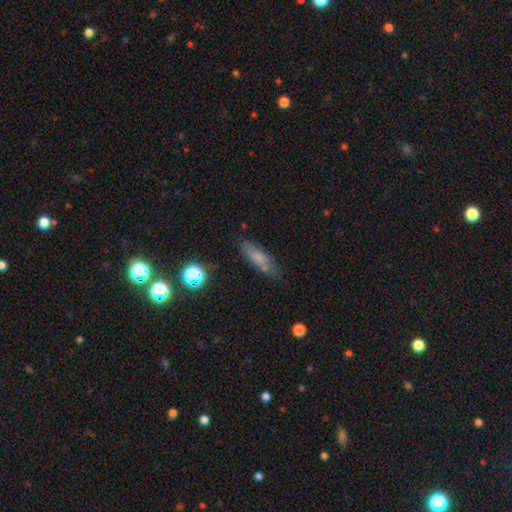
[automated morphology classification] smooth_or_featured: smooth (p=0.60) [alt: featured or disk p=0.24]
how_rounded: cigar-shaped (p=0.56) [alt: in between p=0.39]
merging: none (p=0.76) [alt: minor disturbance p=0.16]